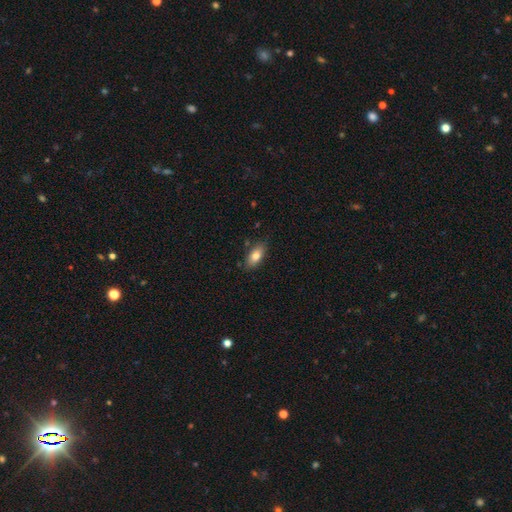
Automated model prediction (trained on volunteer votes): This is likely a smooth galaxy (78%). How rounded: clearly in between (86%). Merging: clearly none (81%).